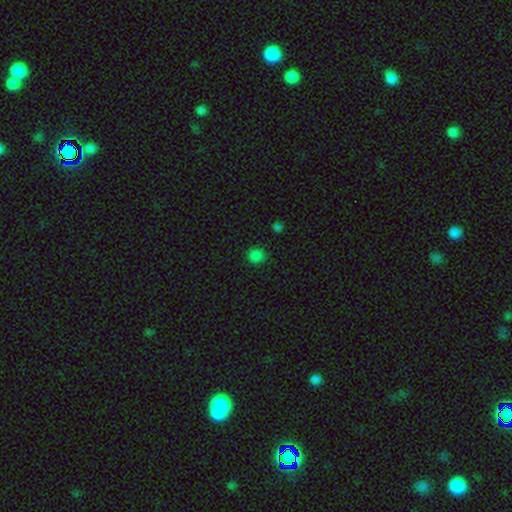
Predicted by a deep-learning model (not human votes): This is clearly a smooth galaxy (82%). How rounded: clearly round (89%). Merging: clearly none (89%).